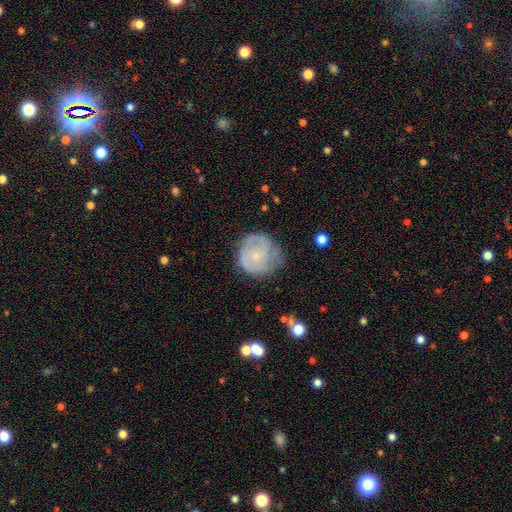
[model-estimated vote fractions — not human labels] featured or disk 58%, smooth 34%, star or artifact 7%. Down the decision tree: edge-on disk — no (98%); bar — no (78%); spiral arms — yes (73%); bulge size — small (80%); merging — none (55%).